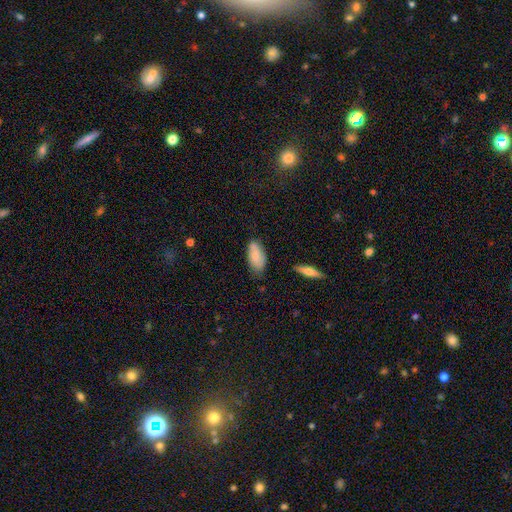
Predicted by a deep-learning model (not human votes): smooth 71%, featured or disk 22%, star or artifact 7%. Down the decision tree: how rounded — in between (90%); merging — none (69%).